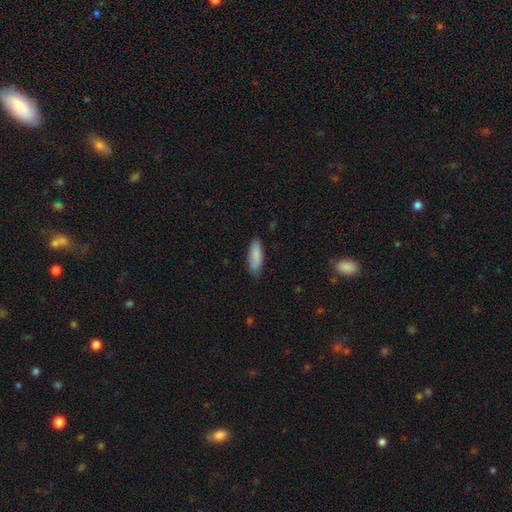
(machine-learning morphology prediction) The model was most divided on "how rounded": in between: 66%, cigar-shaped: 32%, round: 2%. More confident: smooth or featured — smooth (87%); merging — none (80%).